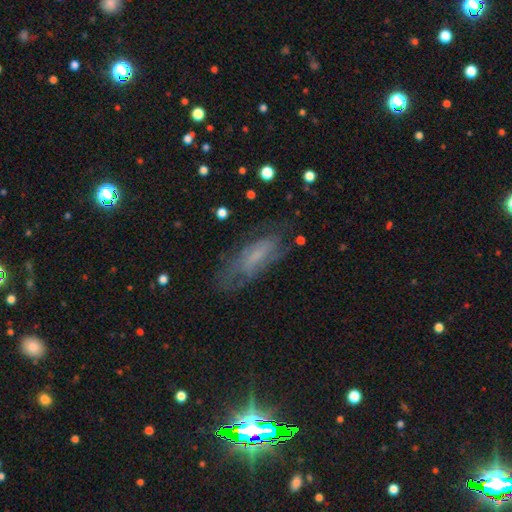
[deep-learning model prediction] Q: Smooth or featured?
A: featured or disk (45%); runner-up: smooth (42%)
Q: Merging?
A: none (62%); runner-up: minor disturbance (23%)